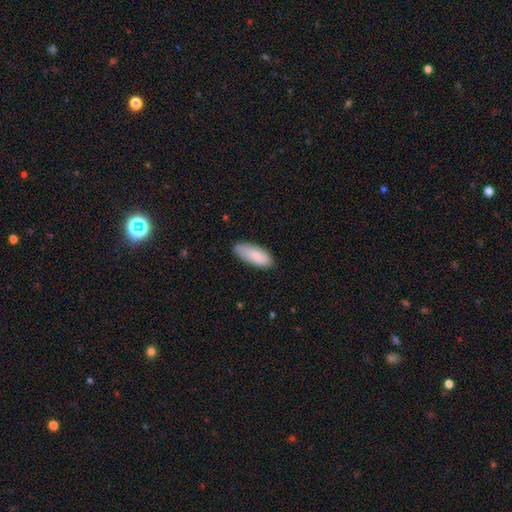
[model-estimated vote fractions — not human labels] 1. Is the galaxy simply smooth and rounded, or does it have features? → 79% smooth, 15% featured or disk, 6% star or artifact.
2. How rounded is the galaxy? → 80% in between, 18% cigar-shaped, 2% round.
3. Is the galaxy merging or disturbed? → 72% none, 23% minor disturbance, 4% major disturbance, 1% merger.